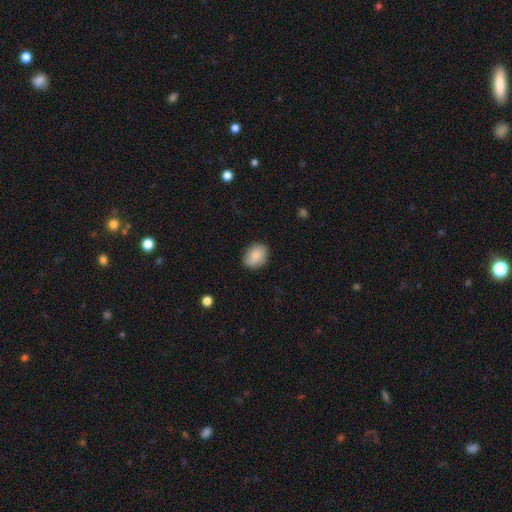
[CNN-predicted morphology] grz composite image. It shows a smooth galaxy with no disk features (84%) that is in between round and cigar-shaped (67%). Merging: none (82%).